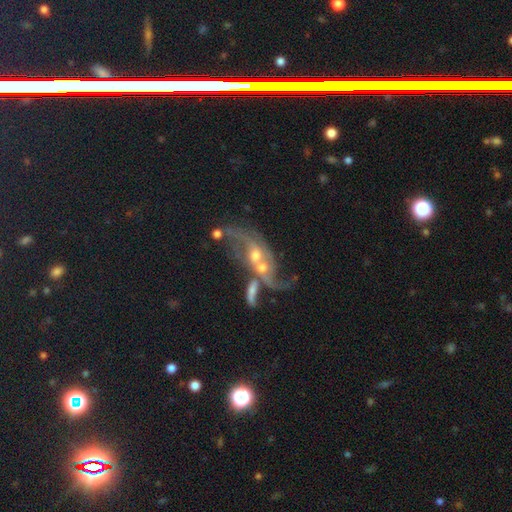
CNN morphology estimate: This is possibly a featured or disk galaxy (49%). Merging: marginally none (39%).